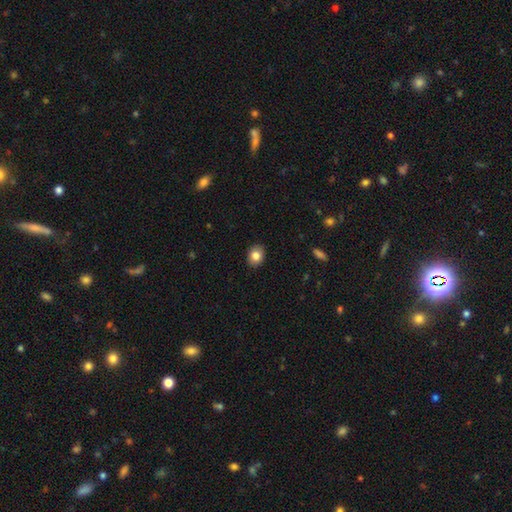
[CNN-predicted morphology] Smooth or featured: smooth — 84% (star or artifact — 9%)
How rounded: in between — 56% (round — 43%)
Merging: none — 89% (minor disturbance — 9%)